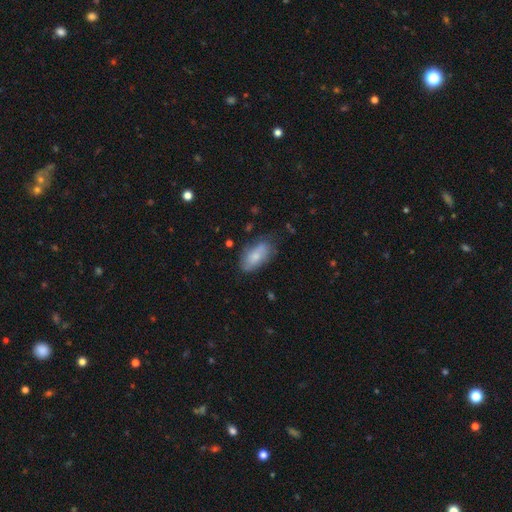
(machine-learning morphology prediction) smooth-or-featured: smooth: 70% | featured or disk: 23% | star or artifact: 7%
  how-rounded: in between: 91% | cigar-shaped: 6% | round: 4%
  merging: none: 66% | minor disturbance: 24% | major disturbance: 7% | merger: 3%